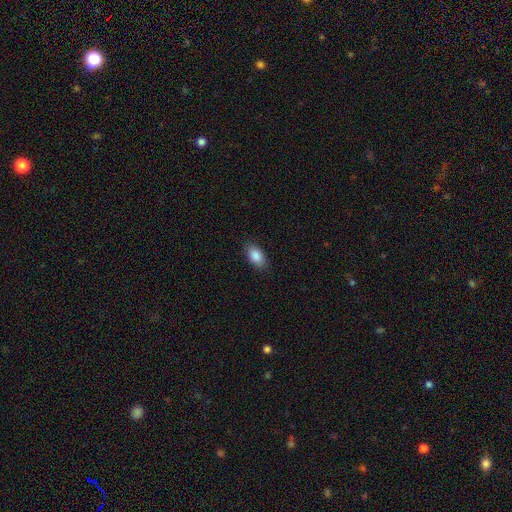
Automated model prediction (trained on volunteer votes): A smooth galaxy with no disk features (86%) that is in between round and cigar-shaped (91%).

Vote fractions:
- Smooth or featured? smooth: 86% / star or artifact: 7% / featured or disk: 6%
- How rounded? in between: 91% / round: 6% / cigar-shaped: 2%
- Merging? none: 87% / minor disturbance: 10% / major disturbance: 2% / merger: 1%